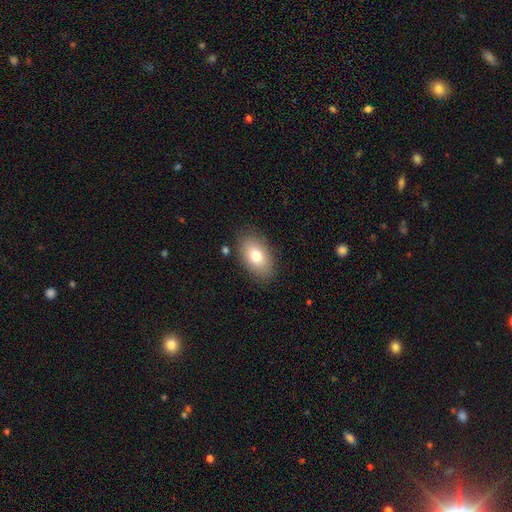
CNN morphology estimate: Smooth or featured: smooth — 75% (featured or disk — 16%)
How rounded: in between — 89% (round — 9%)
Merging: none — 84% (minor disturbance — 11%)